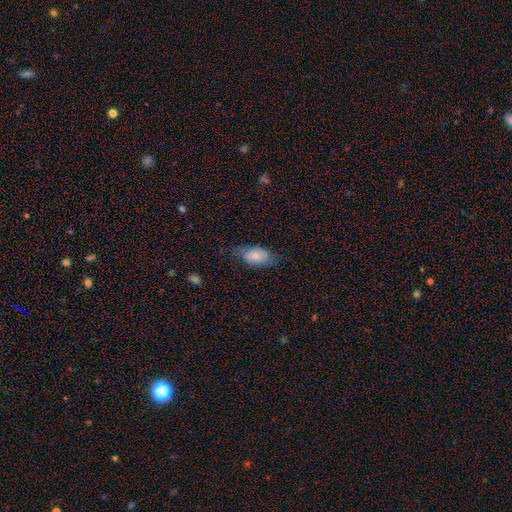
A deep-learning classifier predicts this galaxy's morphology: type=smooth (77%); roundness=in between (91%); merging=none (62%).